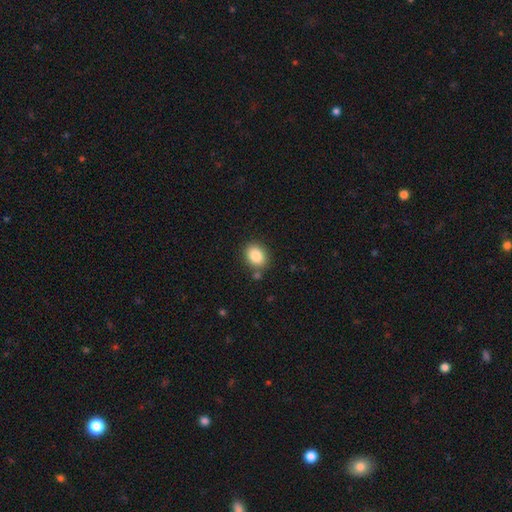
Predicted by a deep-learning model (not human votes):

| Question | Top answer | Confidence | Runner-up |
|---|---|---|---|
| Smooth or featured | smooth | 86% | star or artifact (8%) |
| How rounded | in between | 60% | round (39%) |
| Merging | none | 81% | minor disturbance (10%) |